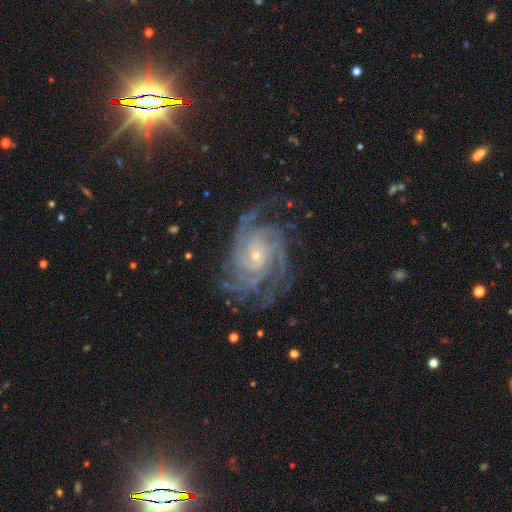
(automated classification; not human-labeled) This appears to be a featured or disk galaxy (91%) with no bar (69%), 4 (33%) tight (67%) spiral arms (99%) and a small central bulge (78%). Merging: none (75%).